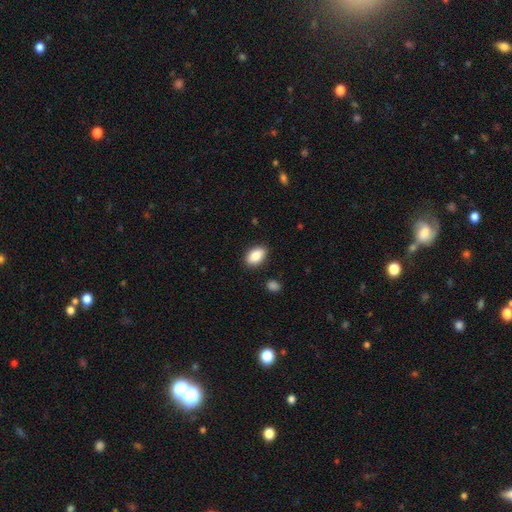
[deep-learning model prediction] Smooth or featured? smooth (88%)
How rounded? in between (91%)
Merging? none (87%)